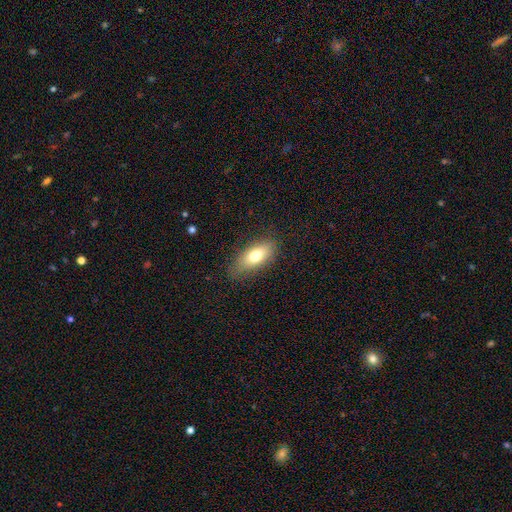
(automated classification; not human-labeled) Smooth or featured: smooth — 72% (featured or disk — 20%)
How rounded: in between — 84% (cigar-shaped — 11%)
Merging: none — 79% (minor disturbance — 16%)